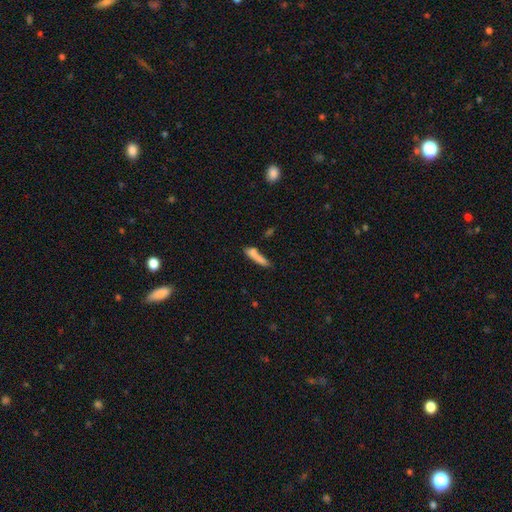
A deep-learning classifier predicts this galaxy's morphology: Smooth or featured? Predicted: smooth (p=0.75). How rounded? Predicted: cigar-shaped (p=0.84). Merging? Predicted: none (p=0.53).